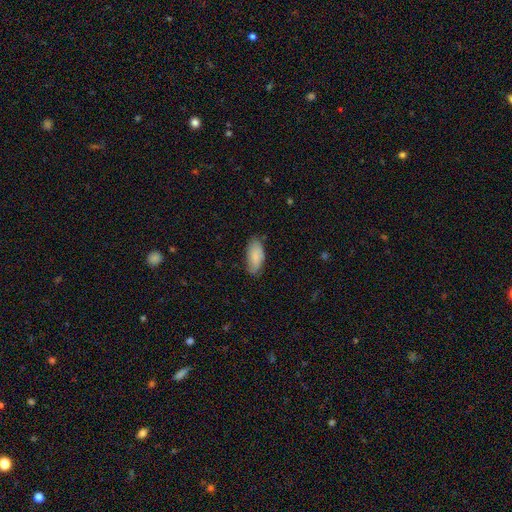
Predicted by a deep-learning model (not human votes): Smooth or featured?
  - smooth: 84% *
  - featured or disk: 10%
  - star or artifact: 6%
How rounded?
  - in between: 89% *
  - cigar-shaped: 9%
  - round: 2%
Merging?
  - none: 72% *
  - minor disturbance: 22%
  - major disturbance: 4%
  - merger: 1%